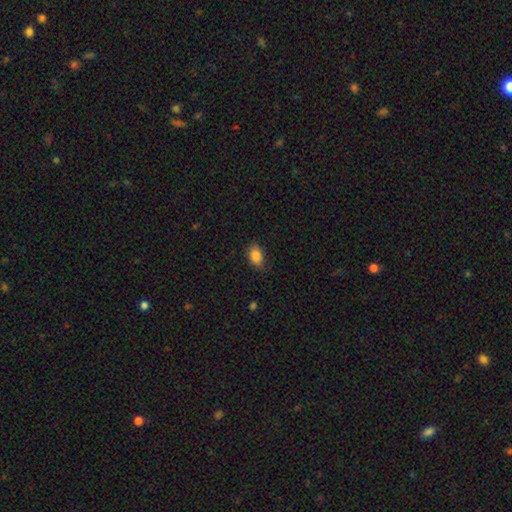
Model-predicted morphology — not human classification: smooth_or_featured: smooth (p=0.87) [alt: star or artifact p=0.08]
how_rounded: in between (p=0.87) [alt: round p=0.11]
merging: none (p=0.81) [alt: minor disturbance p=0.15]